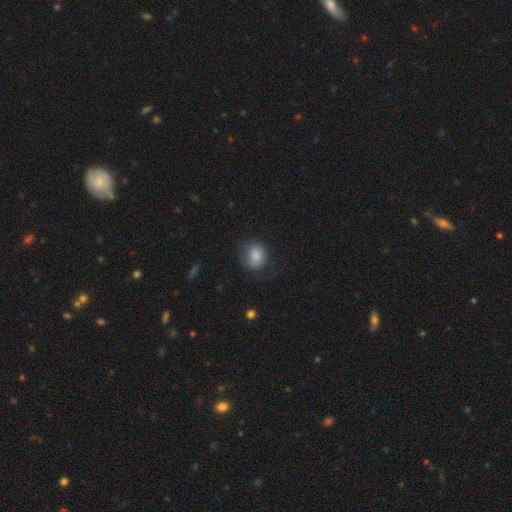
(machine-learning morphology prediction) type=smooth (79%); roundness=round (56%); merging=none (59%).